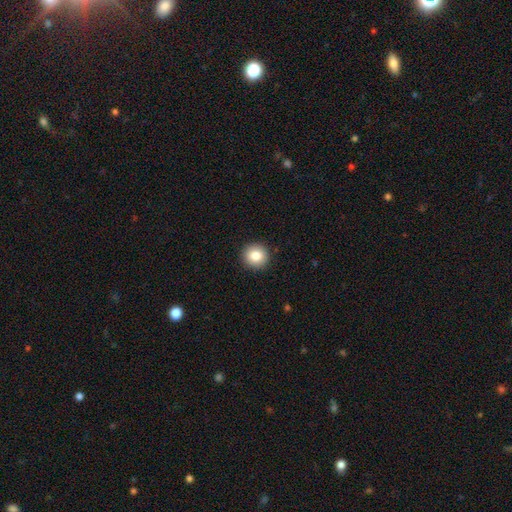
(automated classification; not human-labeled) smooth 84%, star or artifact 9%, featured or disk 7%. Down the decision tree: how rounded — round (92%); merging — none (92%).